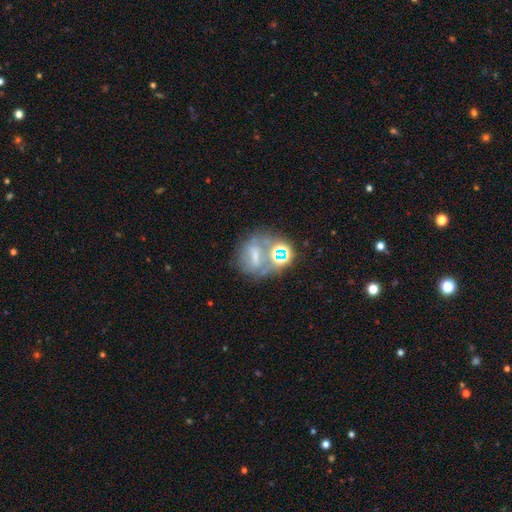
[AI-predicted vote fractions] featured or disk 38%, smooth 32%, star or artifact 30%. Down the decision tree: merging — none (42%).